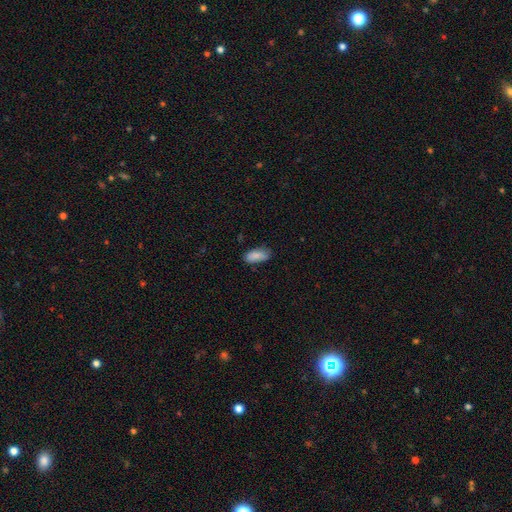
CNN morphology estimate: A smooth galaxy with no disk features (86%) that is in between round and cigar-shaped (86%). Merging: none (71%).